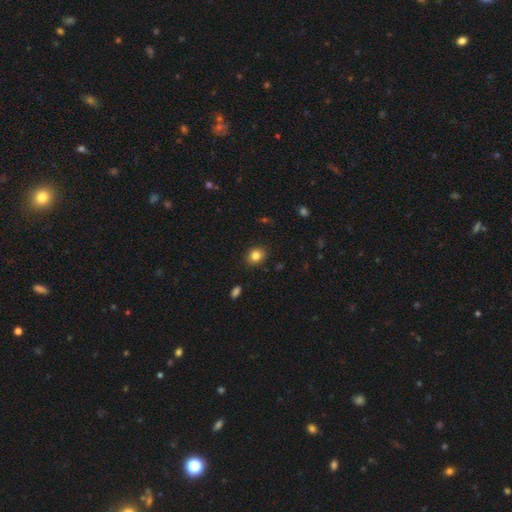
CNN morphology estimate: Smooth or featured? smooth (84%)
How rounded? round (65%)
Merging? none (88%)